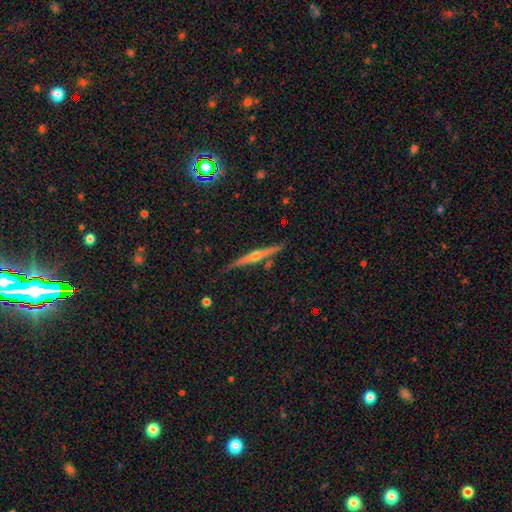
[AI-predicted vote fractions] Smooth or featured? Predicted: featured or disk (p=0.75). Edge-on disk? Predicted: yes (p=0.98). Edge-on bulge? Predicted: rounded (p=0.87). Merging? Predicted: none (p=0.84).